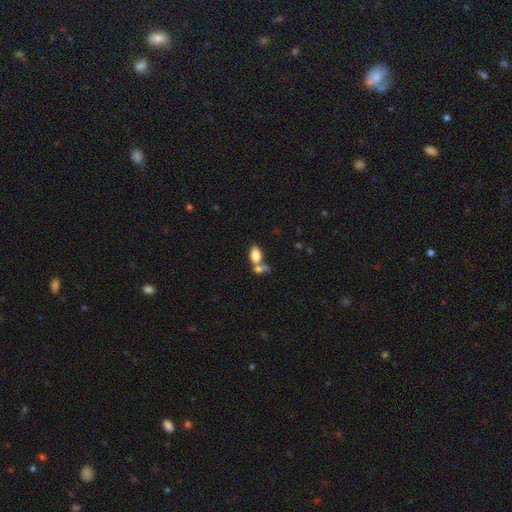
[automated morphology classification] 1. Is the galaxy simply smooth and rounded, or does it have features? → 79% smooth, 12% featured or disk, 9% star or artifact.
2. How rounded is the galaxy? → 90% in between, 8% round, 3% cigar-shaped.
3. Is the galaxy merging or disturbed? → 53% merger, 32% none, 9% minor disturbance, 5% major disturbance.